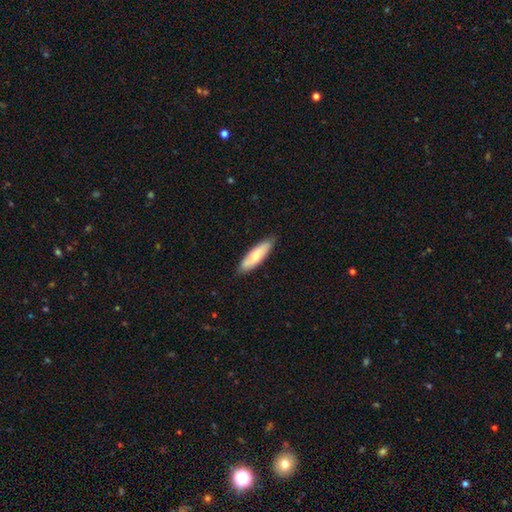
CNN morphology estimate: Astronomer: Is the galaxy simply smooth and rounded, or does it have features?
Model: smooth — 64%.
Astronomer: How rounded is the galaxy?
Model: cigar-shaped — 58% (runner-up: in between, 40%).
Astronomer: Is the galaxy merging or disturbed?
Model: none — 84%.